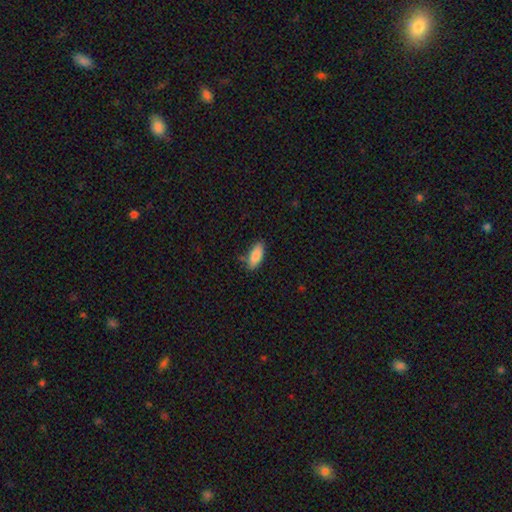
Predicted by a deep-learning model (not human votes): This is clearly a smooth galaxy (87%). How rounded: clearly in between (81%). Merging: clearly none (80%).